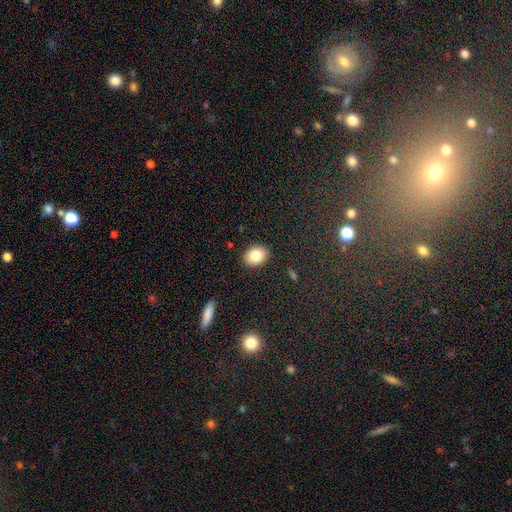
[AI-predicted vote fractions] smooth 82%, featured or disk 9%, star or artifact 9%. Down the decision tree: how rounded — in between (64%); merging — none (90%).